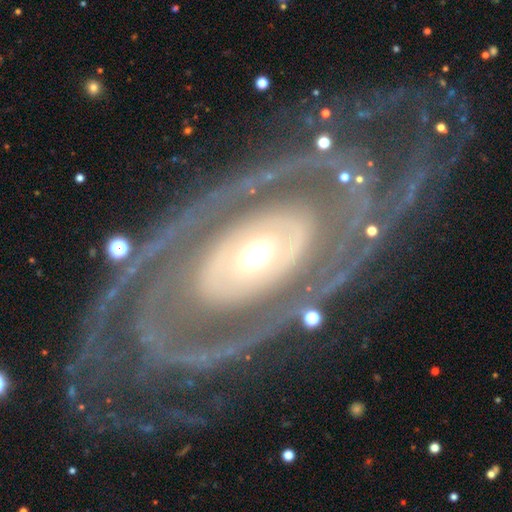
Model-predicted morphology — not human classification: Smooth or featured: featured or disk — 84% (smooth — 11%)
Edge-on disk: no — 94% (yes — 6%)
Bar: no — 83% (weak — 11%)
Spiral arms: yes — 67% (no — 33%)
Spiral winding: tight — 60% (medium — 25%)
Spiral arm count: 2 — 36% (can't tell — 30%)
Bulge size: moderate — 60% (small — 19%)
Merging: none — 70% (minor disturbance — 14%)